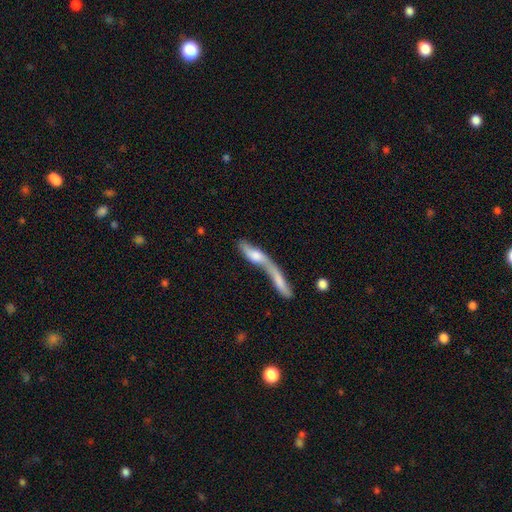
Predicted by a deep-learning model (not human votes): Smooth or featured? Predicted: smooth (p=0.46, tied with featured or disk). Merging? Predicted: merger (p=0.75).